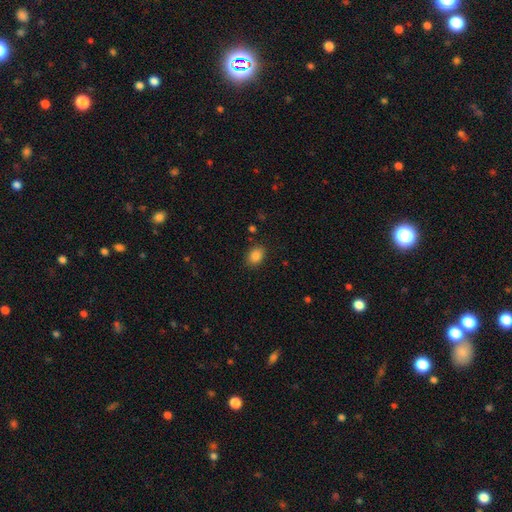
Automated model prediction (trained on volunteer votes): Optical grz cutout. It shows a smooth galaxy with no disk features (86%) that is in between round and cigar-shaped (70%). Merging: none (85%).